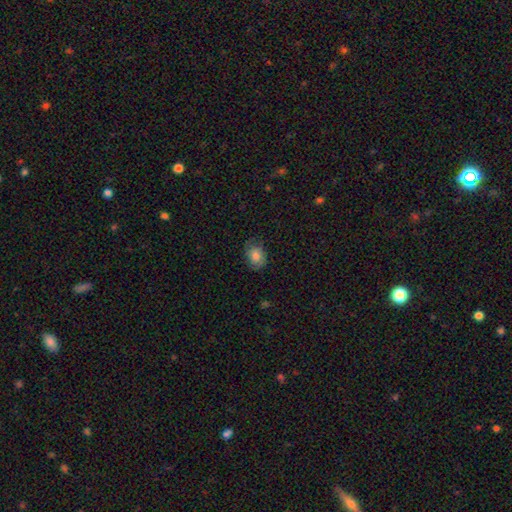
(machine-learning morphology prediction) A smooth galaxy with no disk features (79%) that is in between round and cigar-shaped (61%). Merging: none (71%).